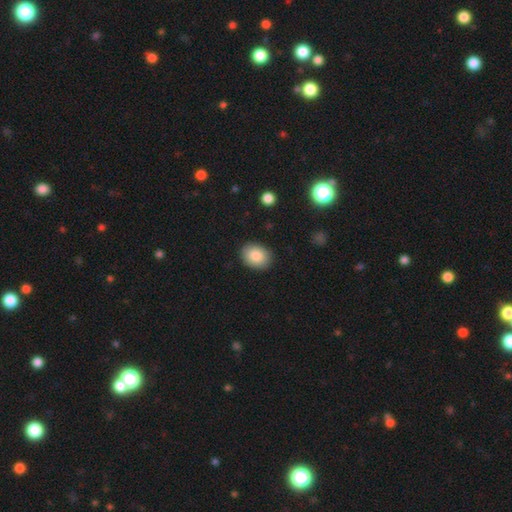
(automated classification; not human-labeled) Smooth or featured?
  - smooth: 86% *
  - star or artifact: 8%
  - featured or disk: 7%
How rounded?
  - in between: 61% *
  - round: 38%
  - cigar-shaped: 1%
Merging?
  - none: 88% *
  - minor disturbance: 9%
  - major disturbance: 2%
  - merger: 1%